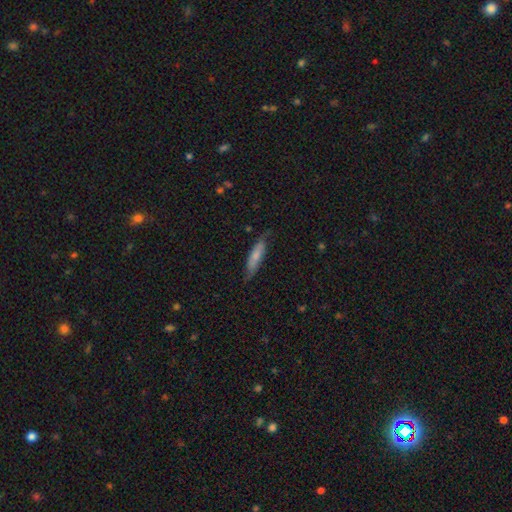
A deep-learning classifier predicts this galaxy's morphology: type=smooth (65%); roundness=cigar-shaped (73%); merging=none (72%).